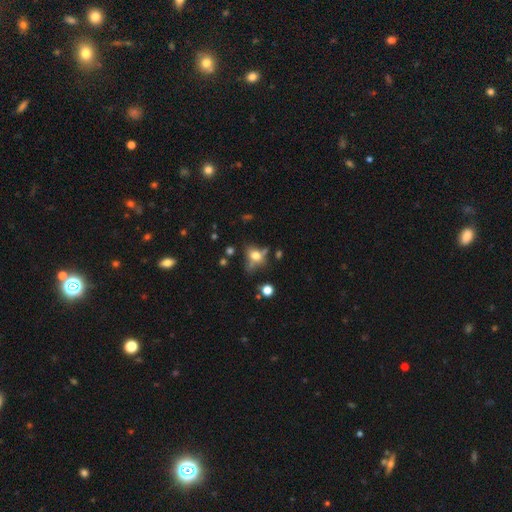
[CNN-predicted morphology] Overall: smooth (57%; featured or disk 28%). How rounded: in between (55%; round 41%). Merging: none (44%; minor disturbance 23%).